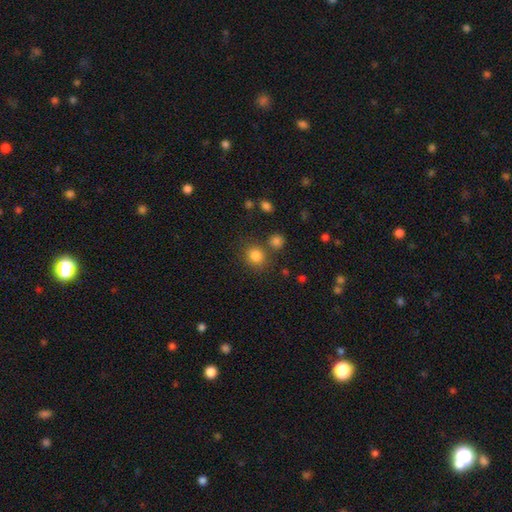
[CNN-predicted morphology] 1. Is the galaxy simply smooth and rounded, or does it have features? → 83% smooth, 12% star or artifact, 5% featured or disk.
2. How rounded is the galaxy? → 81% round, 18% in between, 1% cigar-shaped.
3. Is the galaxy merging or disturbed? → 74% none, 11% merger, 10% minor disturbance, 4% major disturbance.